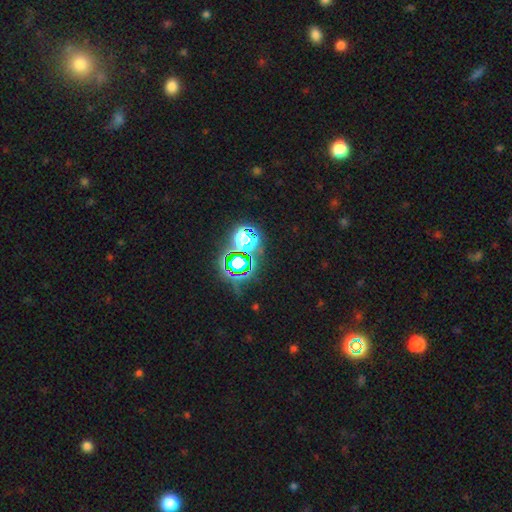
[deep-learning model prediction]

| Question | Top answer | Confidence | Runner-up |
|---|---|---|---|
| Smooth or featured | star or artifact | 74% | smooth (19%) |